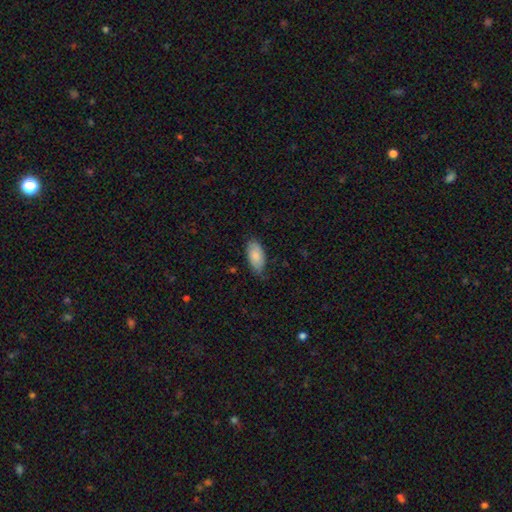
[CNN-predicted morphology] A smooth galaxy with no disk features (83%) that is in between round and cigar-shaped (93%).

Vote fractions:
- Smooth or featured? smooth: 83% / featured or disk: 11% / star or artifact: 6%
- How rounded? in between: 93% / cigar-shaped: 5% / round: 2%
- Merging? none: 72% / minor disturbance: 24% / major disturbance: 4% / merger: 1%